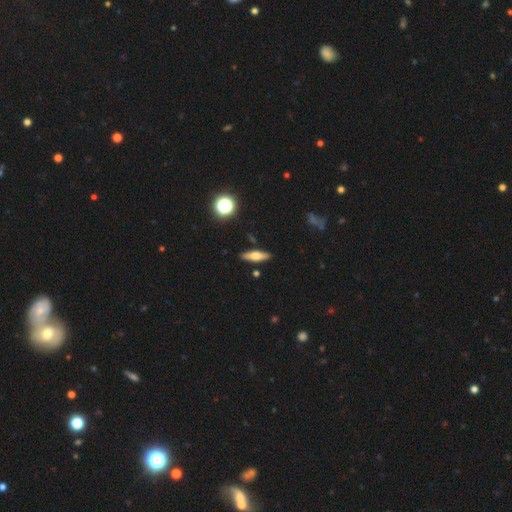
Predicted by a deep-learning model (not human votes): The model was most divided on "smooth or featured": smooth: 50%, featured or disk: 41%, star or artifact: 8%. More confident: merging — none (88%); how rounded — cigar-shaped (58%).